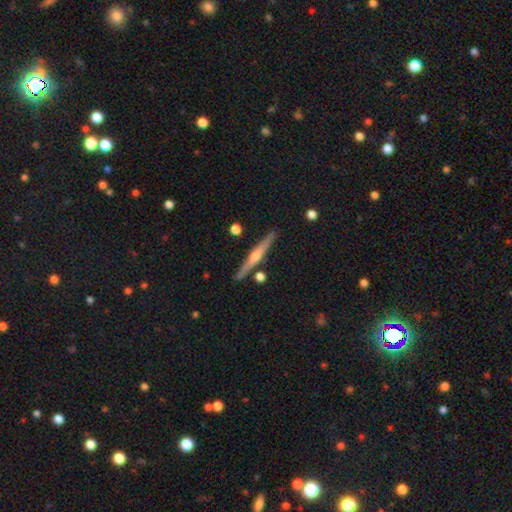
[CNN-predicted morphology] type=featured or disk (71%); edge-on=yes (98%); edge-on bulge=rounded (84%); merging=none (87%).